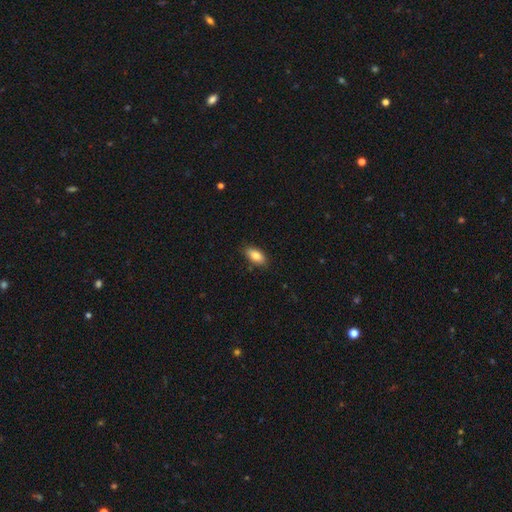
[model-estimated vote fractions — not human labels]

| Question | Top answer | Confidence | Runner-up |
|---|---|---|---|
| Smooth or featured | smooth | 83% | featured or disk (9%) |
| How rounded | in between | 88% | cigar-shaped (9%) |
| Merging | none | 86% | minor disturbance (11%) |